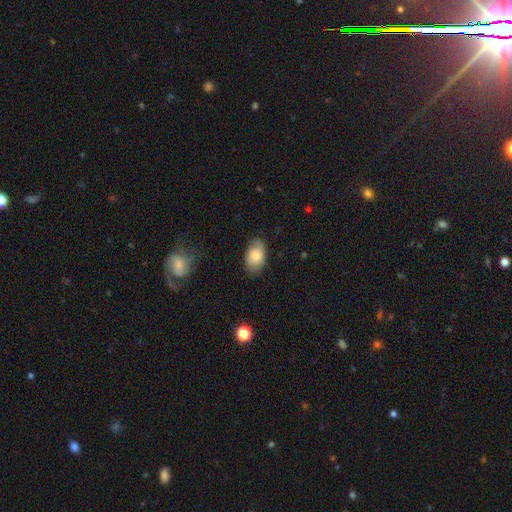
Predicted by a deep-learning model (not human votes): Smooth or featured? smooth (79%)
How rounded? in between (89%)
Merging? none (73%)